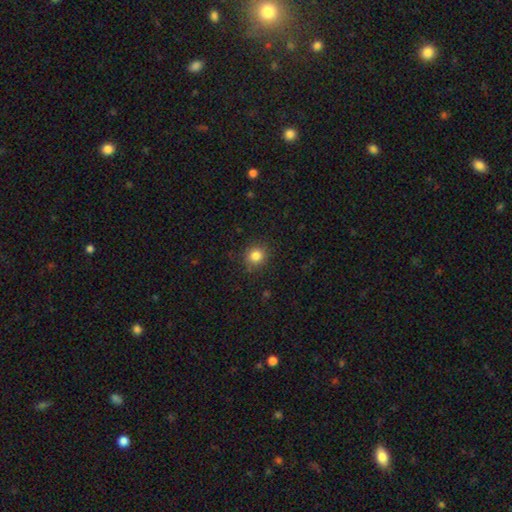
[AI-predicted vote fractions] A smooth galaxy with no disk features (83%) that is round (86%).

Vote fractions:
- Smooth or featured? smooth: 83% / star or artifact: 11% / featured or disk: 5%
- How rounded? round: 86% / in between: 13% / cigar-shaped: 1%
- Merging? none: 87% / minor disturbance: 9% / major disturbance: 3% / merger: 1%